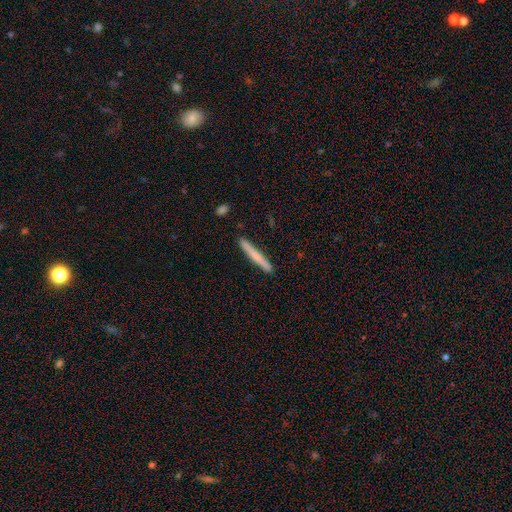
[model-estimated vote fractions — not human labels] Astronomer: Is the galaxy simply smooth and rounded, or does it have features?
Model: smooth — 68%.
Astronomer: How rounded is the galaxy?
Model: cigar-shaped — 97%.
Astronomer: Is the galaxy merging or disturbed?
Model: none — 91%.